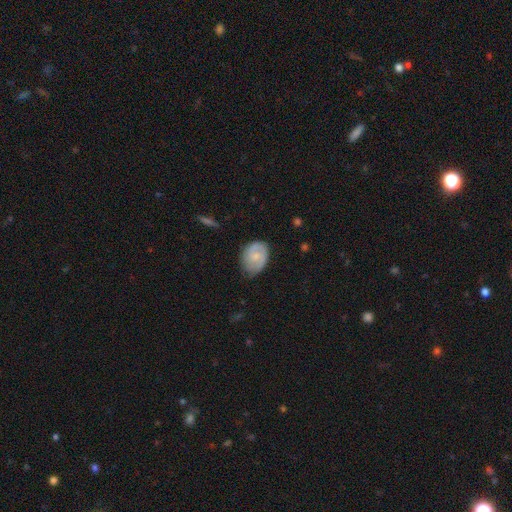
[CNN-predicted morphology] Smooth or featured? Predicted: smooth (p=0.51). How rounded? Predicted: in between (p=0.66). Merging? Predicted: none (p=0.64).